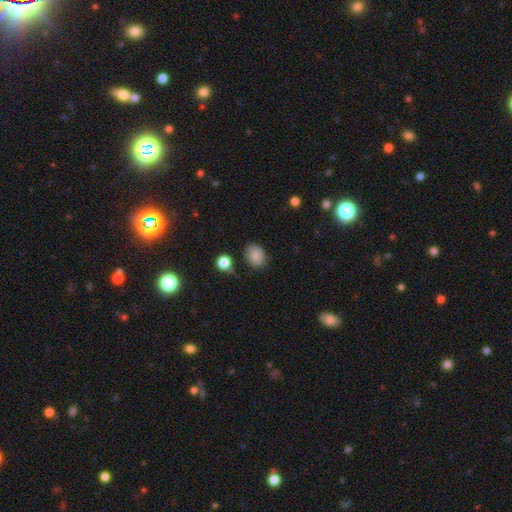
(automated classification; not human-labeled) A smooth galaxy with no disk features (84%) that is in between round and cigar-shaped (63%).

Vote fractions:
- Smooth or featured? smooth: 84% / star or artifact: 9% / featured or disk: 7%
- How rounded? in between: 63% / round: 36% / cigar-shaped: 1%
- Merging? none: 74% / minor disturbance: 19% / major disturbance: 4% / merger: 3%